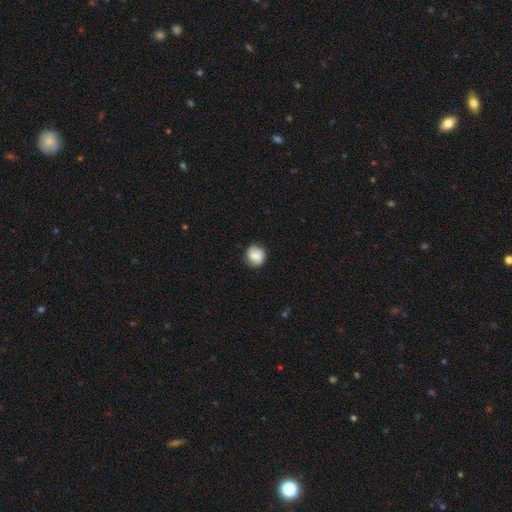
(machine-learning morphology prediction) A smooth galaxy with no disk features (76%) that is round (85%).

Vote fractions:
- Smooth or featured? smooth: 76% / featured or disk: 15% / star or artifact: 8%
- How rounded? round: 85% / in between: 14% / cigar-shaped: 1%
- Merging? none: 80% / minor disturbance: 16% / major disturbance: 3% / merger: 1%